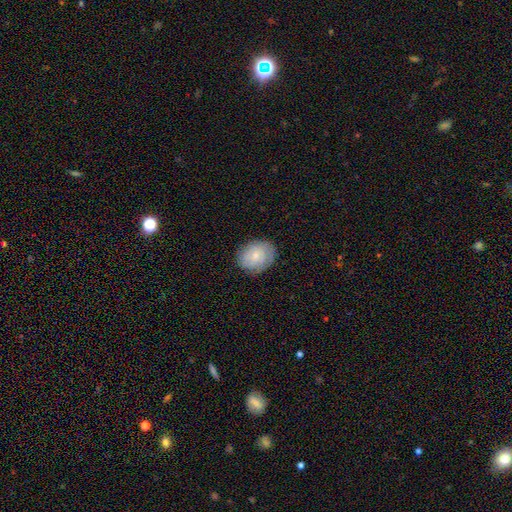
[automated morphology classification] Smooth or featured: smooth — 49% (featured or disk — 43%)
Merging: none — 78% (minor disturbance — 16%)